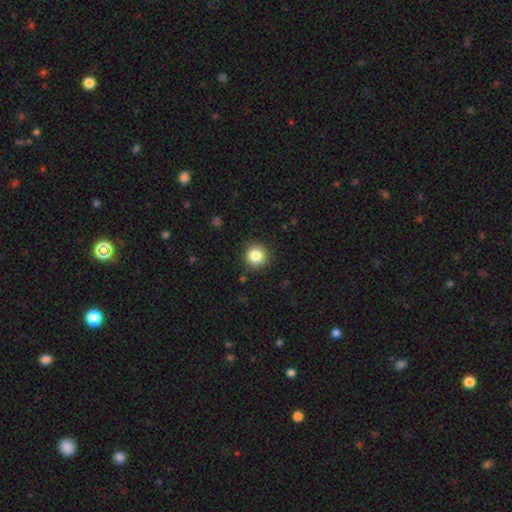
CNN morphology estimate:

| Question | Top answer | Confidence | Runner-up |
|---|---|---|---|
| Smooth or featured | smooth | 84% | star or artifact (11%) |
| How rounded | round | 95% | in between (4%) |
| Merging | none | 91% | minor disturbance (6%) |